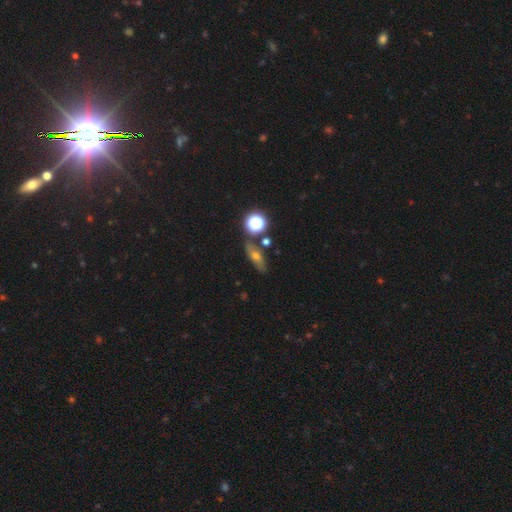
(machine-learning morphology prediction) Smooth or featured? smooth (40%)
Merging? none (77%)